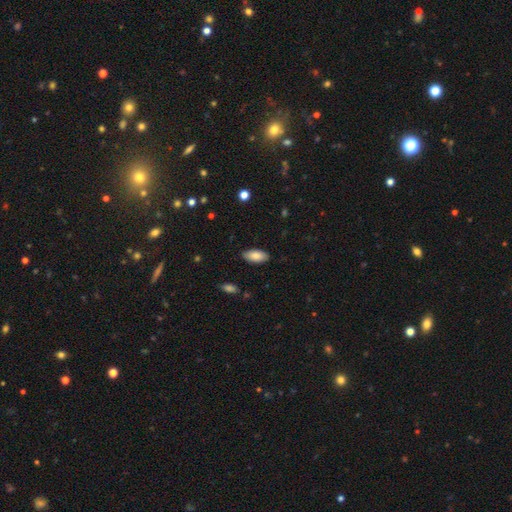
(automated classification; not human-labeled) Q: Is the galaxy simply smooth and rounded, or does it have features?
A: smooth — 85%.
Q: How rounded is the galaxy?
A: in between — 92%.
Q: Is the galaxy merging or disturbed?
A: none — 87%.